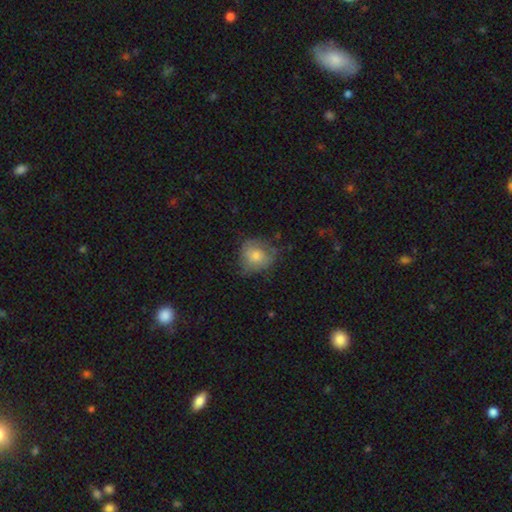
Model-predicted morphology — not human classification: A smooth galaxy with no disk features (64%) that is round (73%). Merging: none (56%).